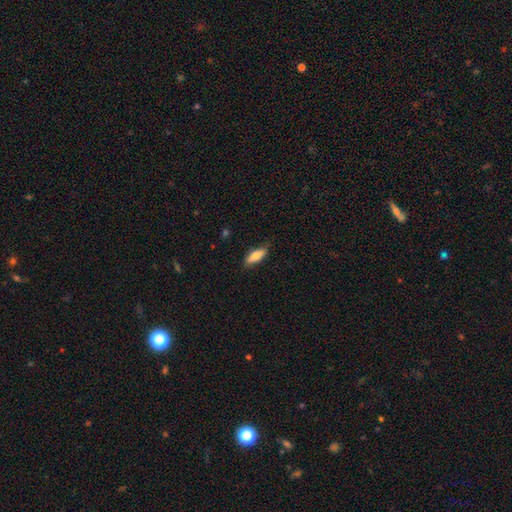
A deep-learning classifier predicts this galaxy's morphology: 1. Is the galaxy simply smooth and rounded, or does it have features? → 74% smooth, 19% featured or disk, 6% star or artifact.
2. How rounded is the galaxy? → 68% in between, 29% cigar-shaped, 2% round.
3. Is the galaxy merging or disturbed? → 78% none, 18% minor disturbance, 3% major disturbance, 1% merger.